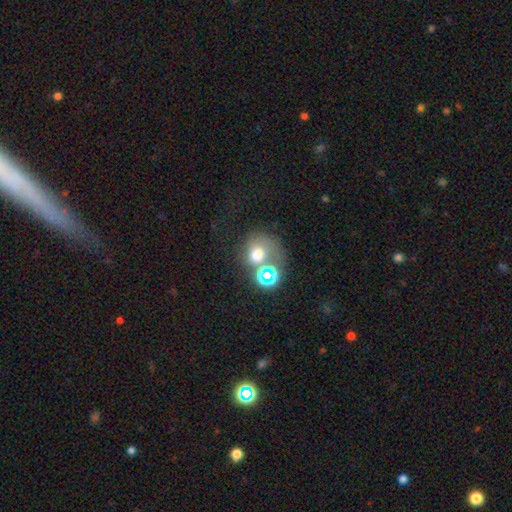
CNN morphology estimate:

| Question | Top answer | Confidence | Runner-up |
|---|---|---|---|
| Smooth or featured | smooth | 60% | star or artifact (23%) |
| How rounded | round | 68% | in between (30%) |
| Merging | none | 38% | merger (34%) |